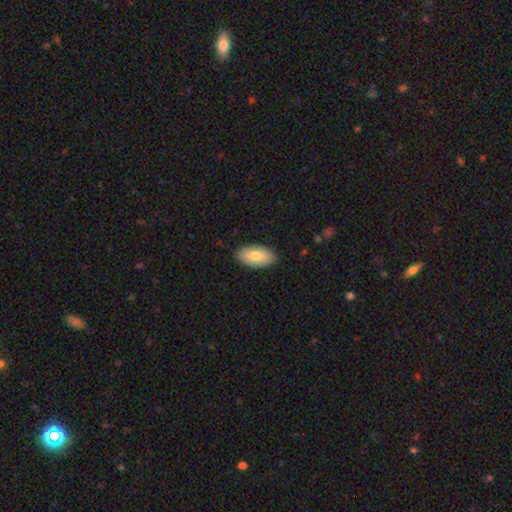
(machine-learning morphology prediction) Q: Smooth or featured?
A: smooth (77%); runner-up: featured or disk (18%)
Q: How rounded?
A: in between (95%); runner-up: round (3%)
Q: Merging?
A: none (88%); runner-up: minor disturbance (10%)